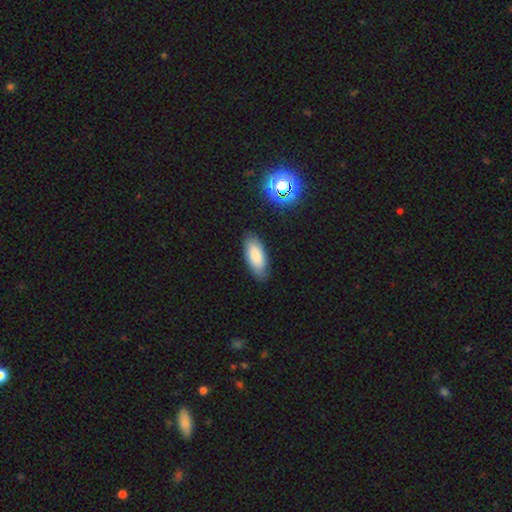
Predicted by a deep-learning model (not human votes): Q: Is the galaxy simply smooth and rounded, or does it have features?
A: smooth — 83%.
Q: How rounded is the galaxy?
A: in between — 85%.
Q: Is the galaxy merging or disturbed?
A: none — 84%.